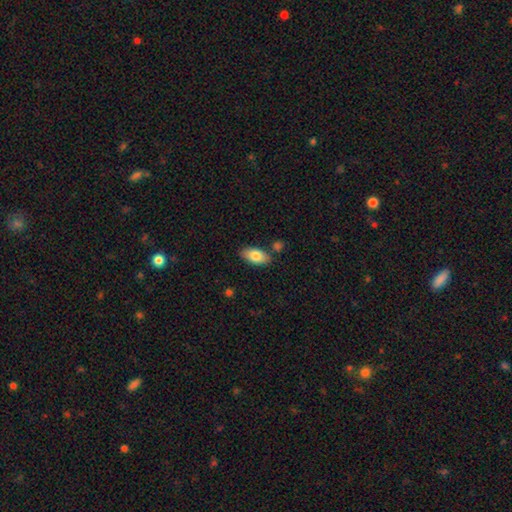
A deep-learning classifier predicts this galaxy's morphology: Overall: smooth (82%). How rounded: in between (93%). Merging: none (79%).